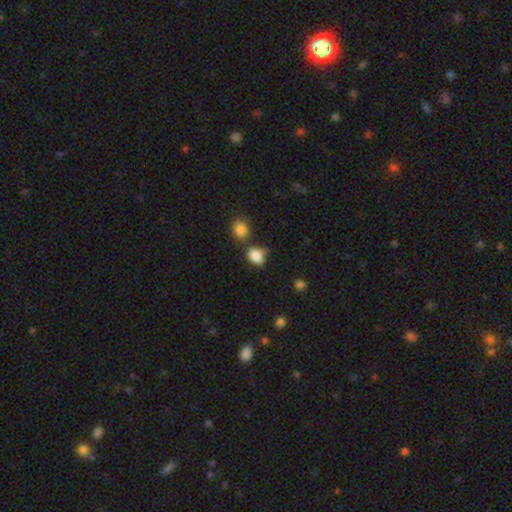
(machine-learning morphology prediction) Smooth or featured? Predicted: smooth (p=0.84). How rounded? Predicted: in between (p=0.75). Merging? Predicted: none (p=0.46).